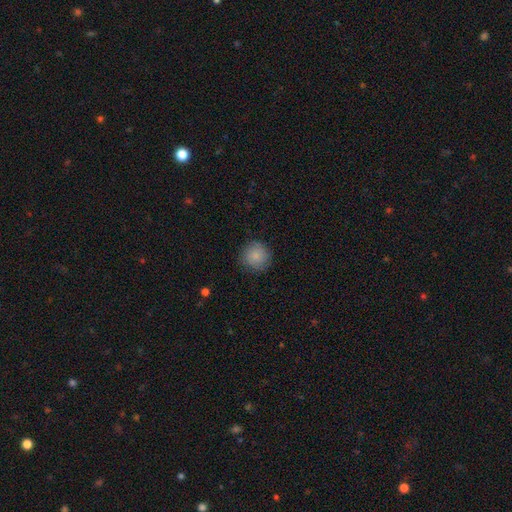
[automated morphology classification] type=smooth (85%); roundness=round (94%); merging=none (86%).